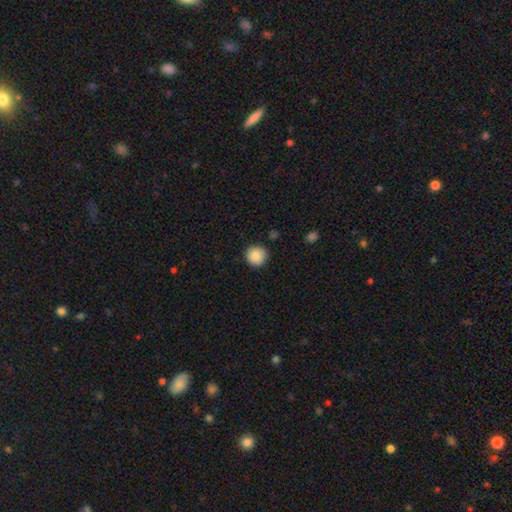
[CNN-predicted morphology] type=smooth (89%); roundness=round (94%); merging=none (89%).